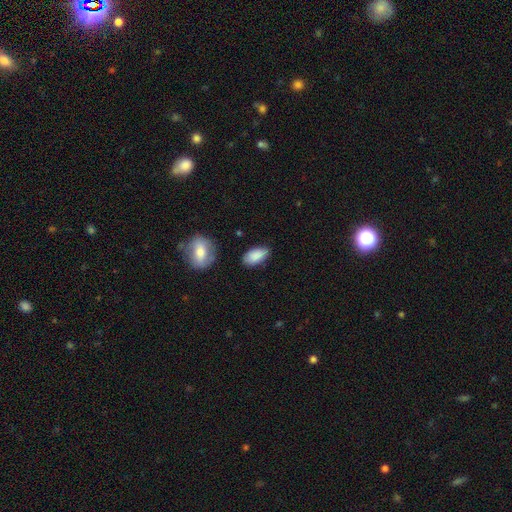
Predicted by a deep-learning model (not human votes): smooth-or-featured: smooth: 87% | star or artifact: 7% | featured or disk: 6%
  how-rounded: in between: 93% | cigar-shaped: 4% | round: 3%
  merging: none: 76% | minor disturbance: 18% | major disturbance: 3% | merger: 3%